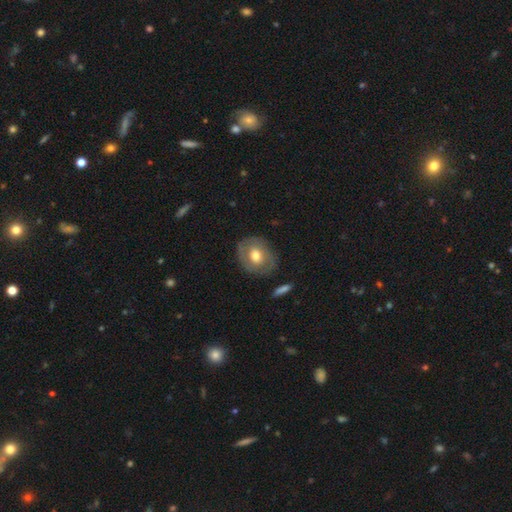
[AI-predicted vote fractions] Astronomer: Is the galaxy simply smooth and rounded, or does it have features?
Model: smooth — 50% (runner-up: featured or disk, 43%).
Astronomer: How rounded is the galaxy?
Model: round — 62%.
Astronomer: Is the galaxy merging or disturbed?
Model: none — 80%.